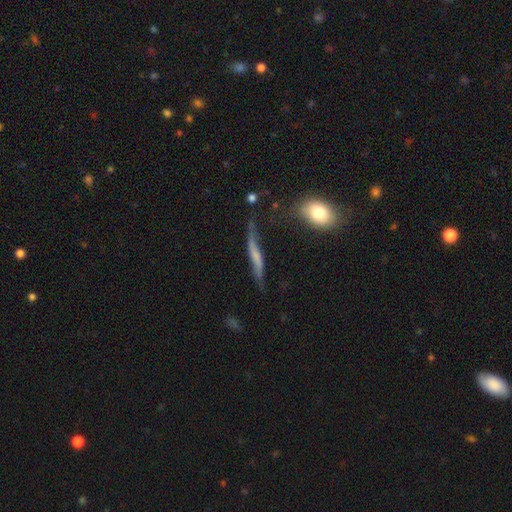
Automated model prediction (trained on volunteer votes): smooth_or_featured: featured or disk (p=0.60) [alt: smooth p=0.32]
disk_edge_on: yes (p=0.60) [alt: no p=0.40]
merging: none (p=0.52) [alt: minor disturbance p=0.28]